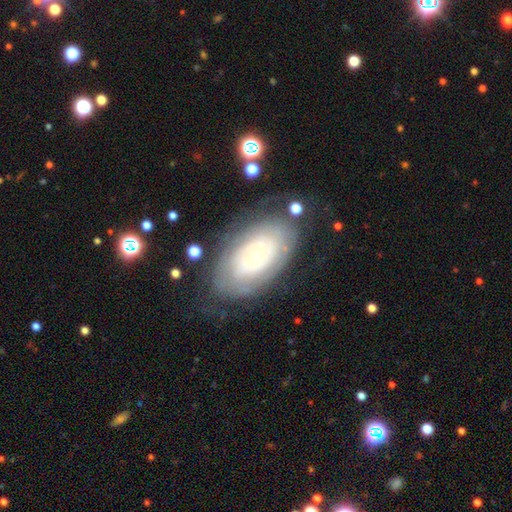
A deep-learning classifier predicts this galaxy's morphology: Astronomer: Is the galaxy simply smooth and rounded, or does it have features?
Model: featured or disk — 66%.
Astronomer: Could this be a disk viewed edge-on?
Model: no — 94%.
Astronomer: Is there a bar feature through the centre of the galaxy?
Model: no — 89%.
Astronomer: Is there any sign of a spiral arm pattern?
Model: yes — 53% (runner-up: no, 47%).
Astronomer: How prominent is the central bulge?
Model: small — 75%.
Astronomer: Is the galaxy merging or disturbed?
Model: none — 72%.